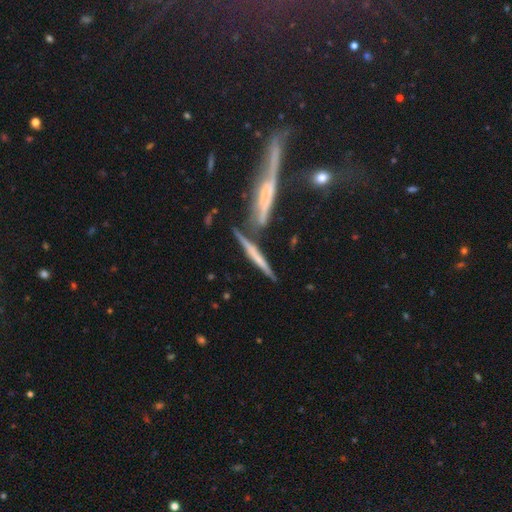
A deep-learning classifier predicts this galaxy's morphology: type=featured or disk (58%); edge-on=yes (92%); edge-on bulge=none (57%); merging=none (61%).